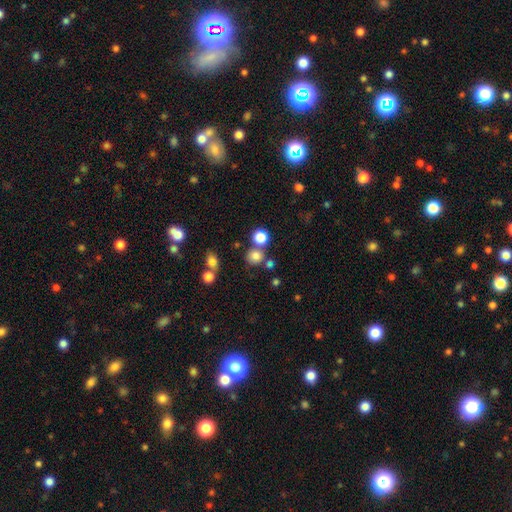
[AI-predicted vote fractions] Smooth or featured?
  - smooth: 76% *
  - star or artifact: 16%
  - featured or disk: 7%
How rounded?
  - round: 85% *
  - in between: 14%
  - cigar-shaped: 1%
Merging?
  - none: 68% *
  - merger: 18%
  - minor disturbance: 10%
  - major disturbance: 4%